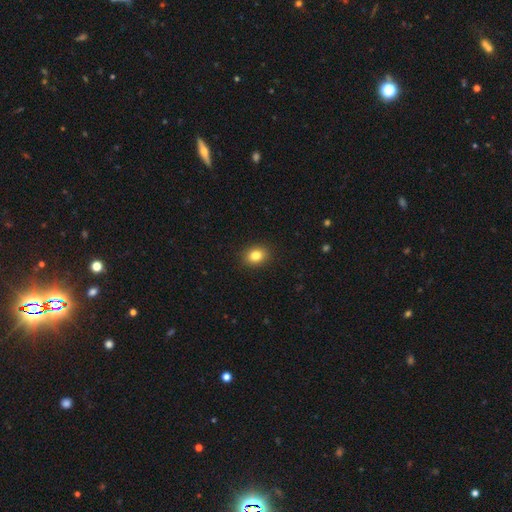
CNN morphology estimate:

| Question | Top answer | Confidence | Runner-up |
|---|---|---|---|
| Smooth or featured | smooth | 83% | star or artifact (10%) |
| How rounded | in between | 54% | round (45%) |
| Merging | none | 90% | minor disturbance (7%) |